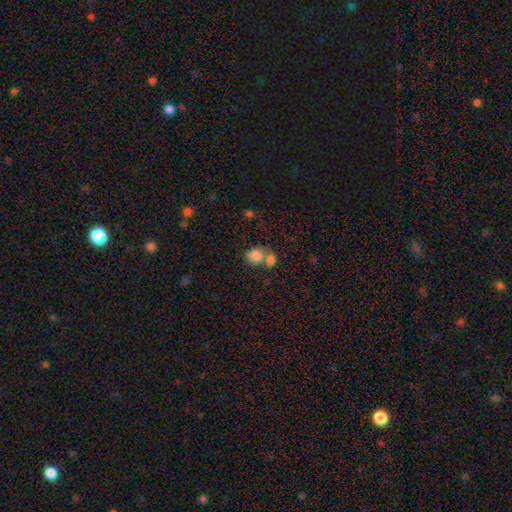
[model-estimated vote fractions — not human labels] Smooth or featured: smooth — 83% (star or artifact — 9%)
How rounded: round — 65% (in between — 34%)
Merging: merger — 49% (none — 37%)